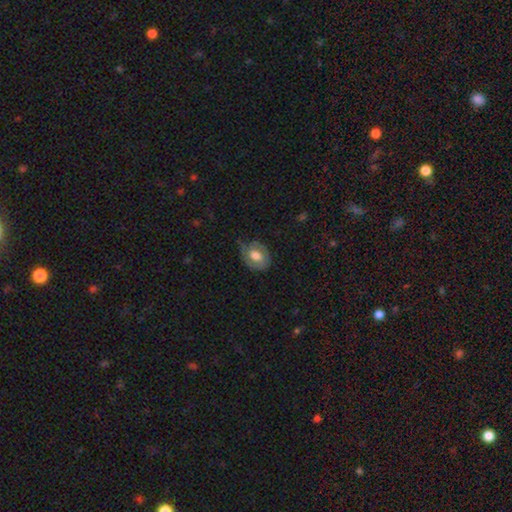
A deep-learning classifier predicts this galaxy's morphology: The model was most divided on "bulge size": moderate: 50%, large: 38%, small: 7%, none: 3%, dominant: 2%. More confident: edge-on disk — no (95%); merging — none (61%); spiral arms — yes (61%); bar — no (59%); smooth or featured — featured or disk (53%).